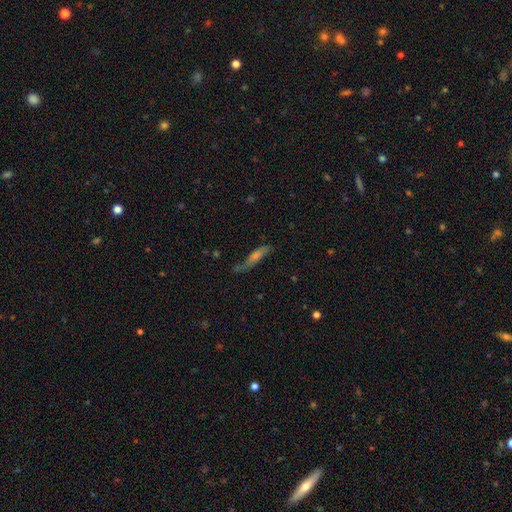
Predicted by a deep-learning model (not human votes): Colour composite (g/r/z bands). It shows a featured or disk galaxy (50%). Merging: none (62%).